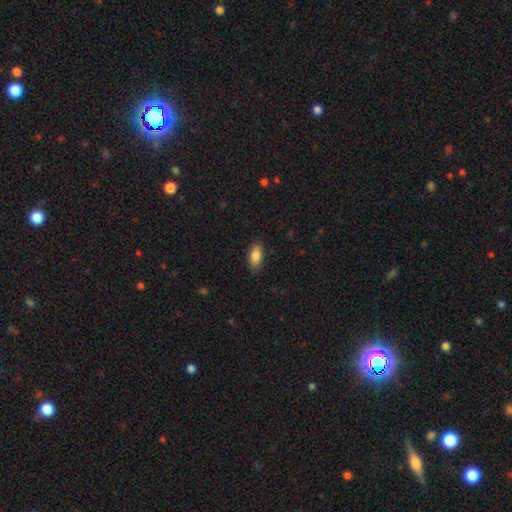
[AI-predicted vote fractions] smooth-or-featured: smooth: 86% | featured or disk: 7% | star or artifact: 7%
  how-rounded: in between: 91% | cigar-shaped: 6% | round: 3%
  merging: none: 87% | minor disturbance: 10% | major disturbance: 2% | merger: 1%